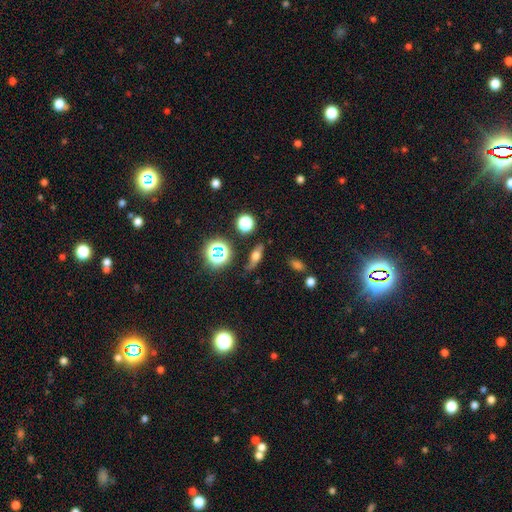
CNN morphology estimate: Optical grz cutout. It shows a smooth galaxy with no disk features (48%). Merging: none (69%).